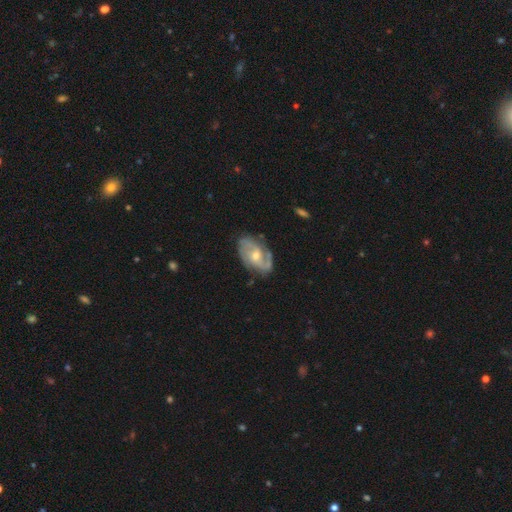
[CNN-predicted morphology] A featured or disk galaxy (83%) with no bar (59%), 2 (56%) medium (45%) spiral arms (94%) and a moderate central bulge (54%). Merging: none (72%).